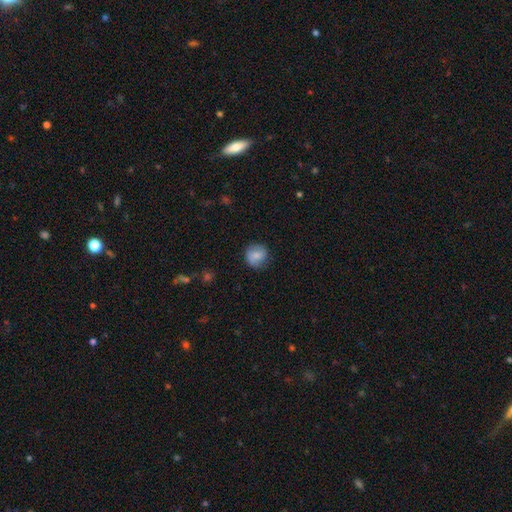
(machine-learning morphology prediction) Smooth or featured? smooth (70%)
How rounded? round (85%)
Merging? none (75%)